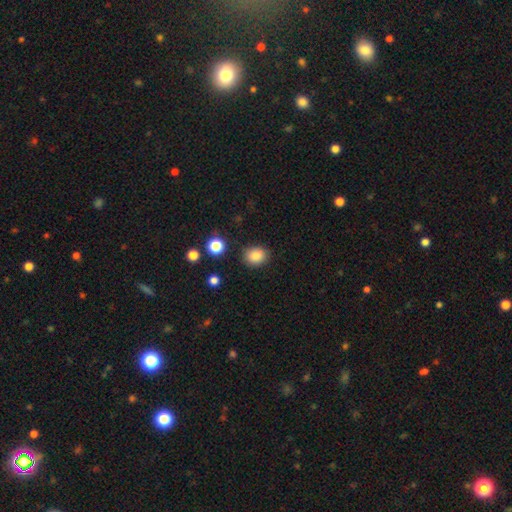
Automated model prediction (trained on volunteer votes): Smooth or featured? Predicted: smooth (p=0.86). How rounded? Predicted: round (p=0.59). Merging? Predicted: none (p=0.85).